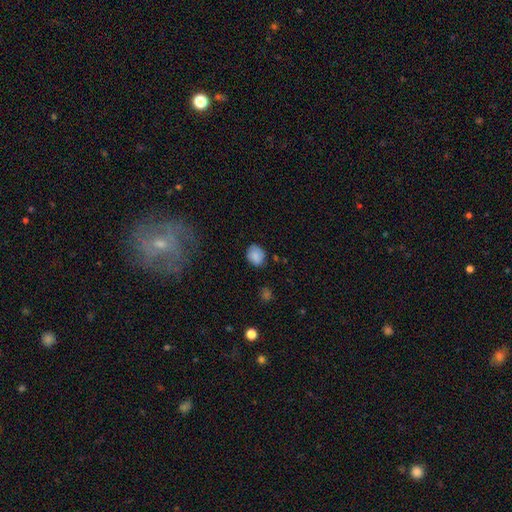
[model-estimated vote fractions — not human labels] Smooth or featured? Predicted: smooth (p=0.80). How rounded? Predicted: round (p=0.55). Merging? Predicted: none (p=0.72).